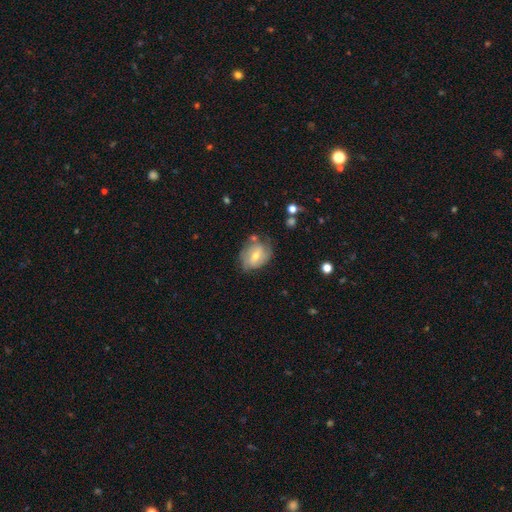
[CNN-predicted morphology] Q: Smooth or featured?
A: featured or disk (57%); runner-up: smooth (34%)
Q: Edge-on disk?
A: no (95%); runner-up: yes (5%)
Q: Bar?
A: weak (44%); runner-up: no (43%)
Q: Spiral arms?
A: yes (75%); runner-up: no (25%)
Q: Bulge size?
A: moderate (60%); runner-up: small (35%)
Q: Merging?
A: none (61%); runner-up: minor disturbance (26%)